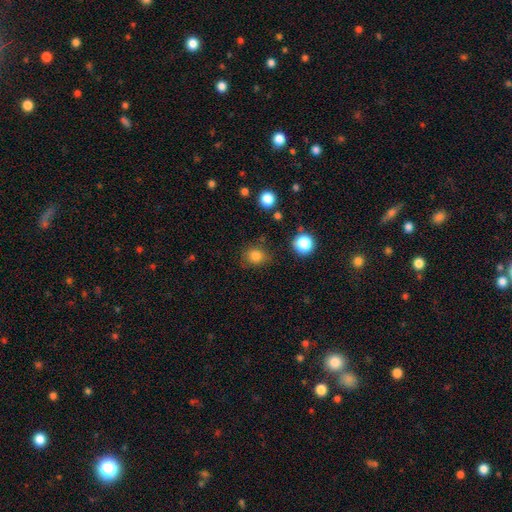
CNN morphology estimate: smooth_or_featured: smooth (p=0.82) [alt: star or artifact p=0.13]
how_rounded: round (p=0.73) [alt: in between p=0.26]
merging: none (p=0.82) [alt: minor disturbance p=0.12]